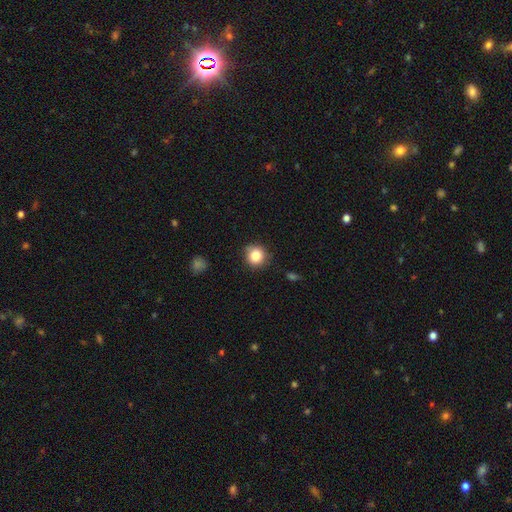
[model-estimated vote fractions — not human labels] Smooth or featured? Predicted: smooth (p=0.84). How rounded? Predicted: round (p=0.90). Merging? Predicted: none (p=0.84).